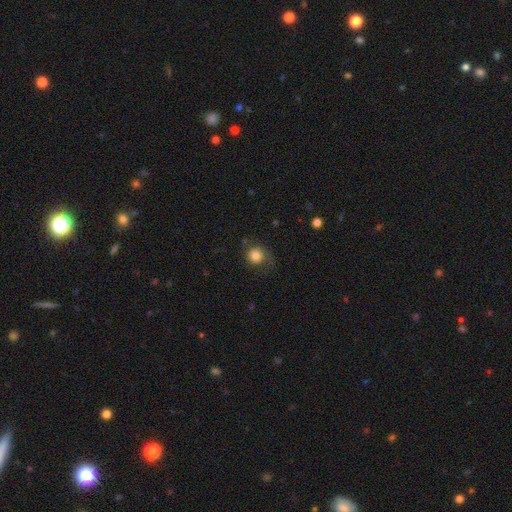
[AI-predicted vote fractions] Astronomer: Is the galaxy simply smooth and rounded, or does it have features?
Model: smooth — 78%.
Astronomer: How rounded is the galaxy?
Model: round — 85%.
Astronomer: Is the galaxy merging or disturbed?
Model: none — 61%.